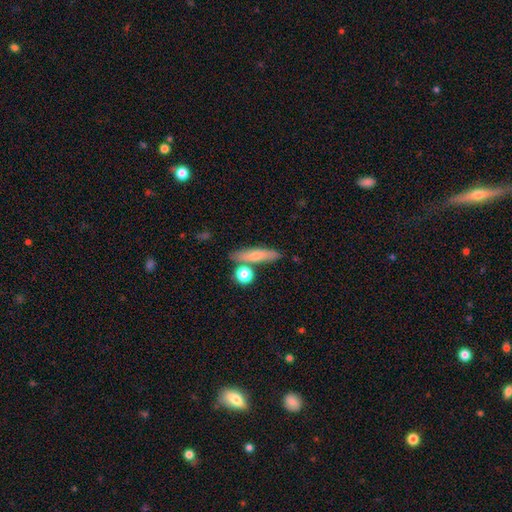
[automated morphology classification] This is likely a smooth galaxy (70%). How rounded: likely cigar-shaped (71%). Merging: likely none (73%).